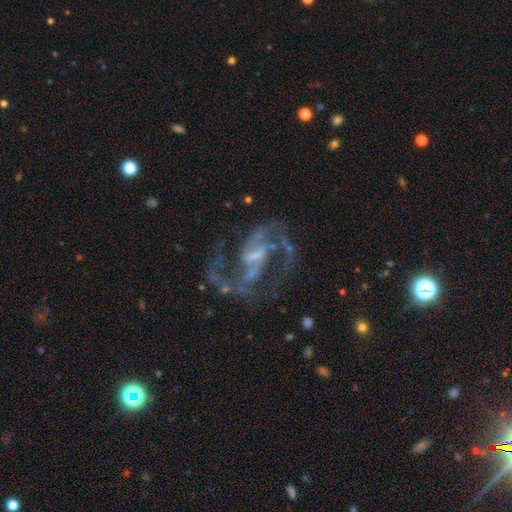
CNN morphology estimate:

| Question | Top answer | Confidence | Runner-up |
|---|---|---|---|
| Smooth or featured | featured or disk | 89% | star or artifact (7%) |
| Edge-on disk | no | 98% | yes (2%) |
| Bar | weak | 47% | strong (37%) |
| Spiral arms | yes | 95% | no (5%) |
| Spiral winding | medium | 60% | loose (26%) |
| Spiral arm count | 2 | 88% | can't tell (4%) |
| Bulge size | small | 47% | none (28%) |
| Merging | none | 62% | major disturbance (19%) |